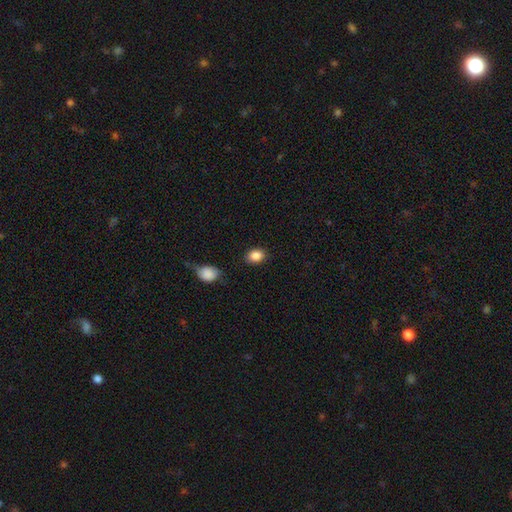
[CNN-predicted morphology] type=smooth (87%); roundness=in between (65%); merging=none (84%).